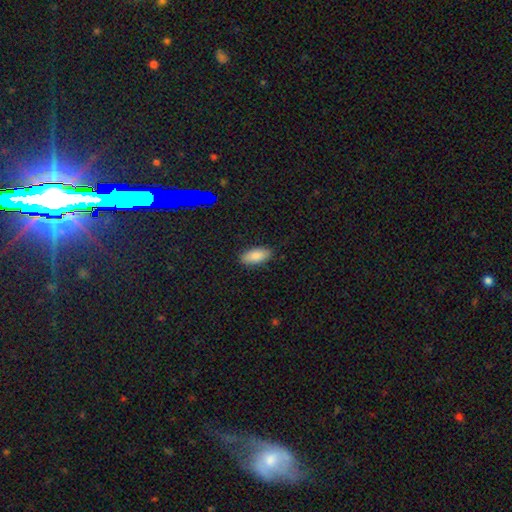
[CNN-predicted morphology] smooth 86%, star or artifact 7%, featured or disk 7%. Down the decision tree: how rounded — in between (89%); merging — none (86%).